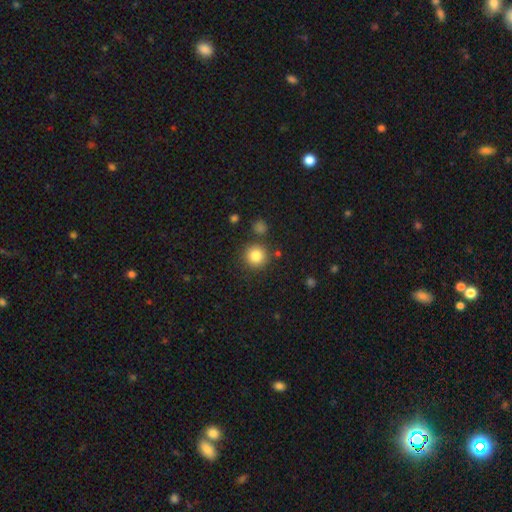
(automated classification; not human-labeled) Smooth or featured? Predicted: smooth (p=0.84). How rounded? Predicted: round (p=0.94). Merging? Predicted: none (p=0.85).